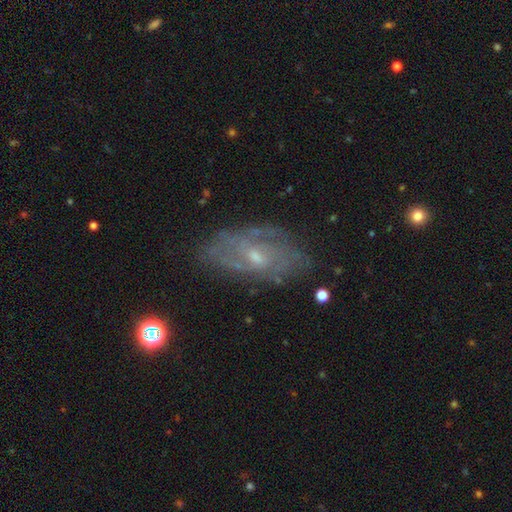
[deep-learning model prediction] A featured or disk galaxy (72%) with no bar (53%), spiral arms (70%) and a small central bulge (58%). Merging: none (68%).